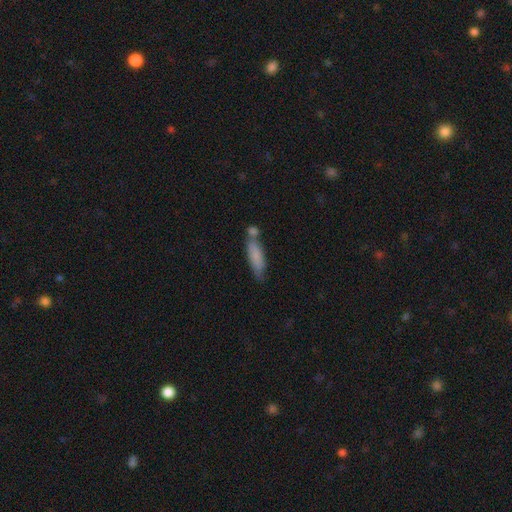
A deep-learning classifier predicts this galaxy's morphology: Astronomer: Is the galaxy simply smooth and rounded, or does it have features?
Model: smooth — 79%.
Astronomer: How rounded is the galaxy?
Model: cigar-shaped — 59% (runner-up: in between, 39%).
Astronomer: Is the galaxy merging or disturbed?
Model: none — 47% (runner-up: merger, 29%).